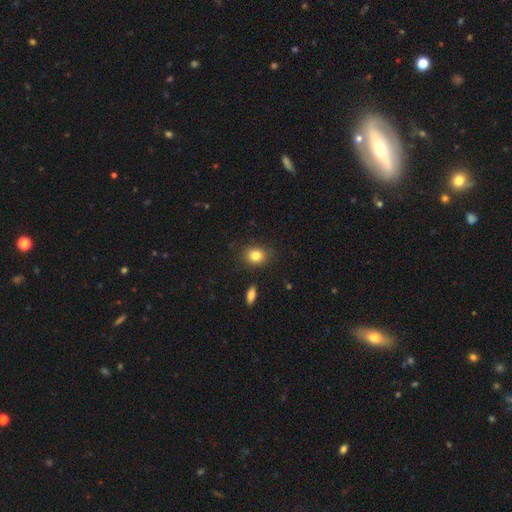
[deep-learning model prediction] Smooth or featured? Predicted: smooth (p=0.83). How rounded? Predicted: round (p=0.53). Merging? Predicted: none (p=0.84).